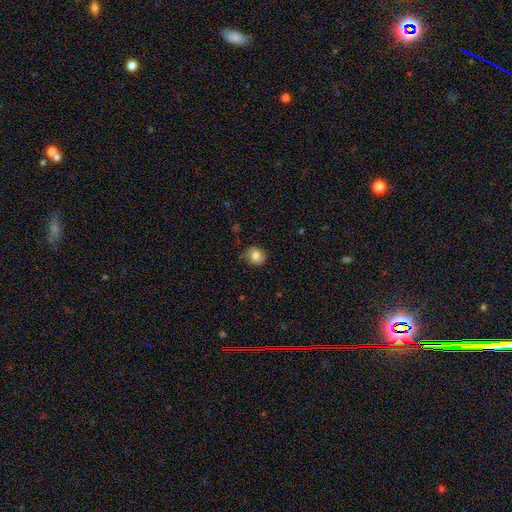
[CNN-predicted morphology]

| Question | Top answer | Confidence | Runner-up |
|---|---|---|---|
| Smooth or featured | smooth | 64% | featured or disk (27%) |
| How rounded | round | 69% | in between (30%) |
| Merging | none | 73% | minor disturbance (20%) |